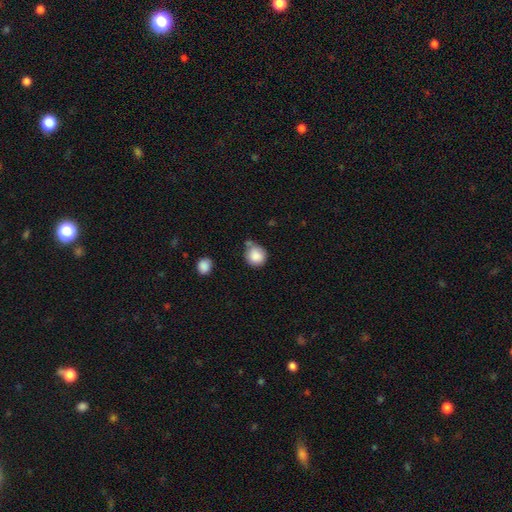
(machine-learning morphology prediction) This is clearly a smooth galaxy (87%). How rounded: clearly round (88%). Merging: possibly none (58%).